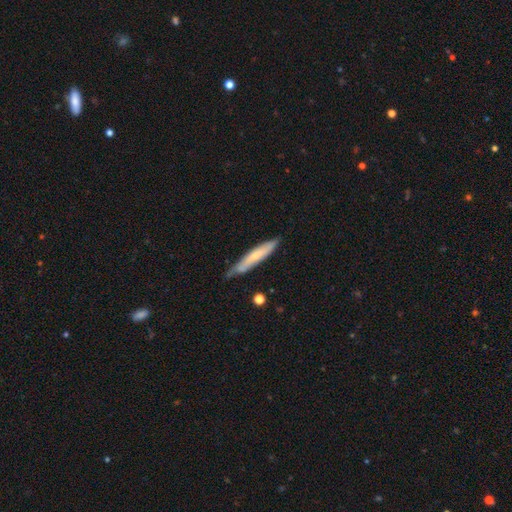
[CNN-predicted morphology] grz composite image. It shows a smooth galaxy with no disk features (55%) that is cigar-shaped (90%). Merging: none (67%).